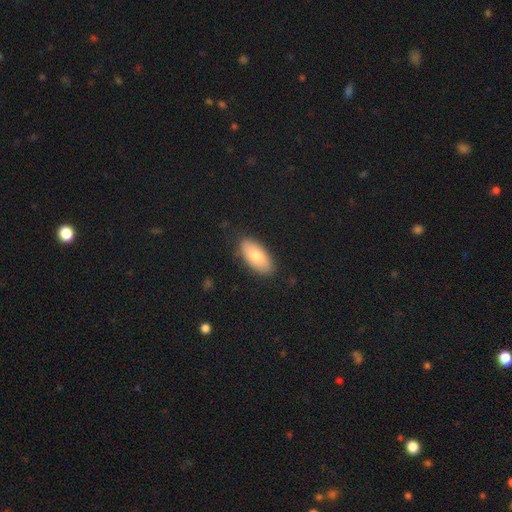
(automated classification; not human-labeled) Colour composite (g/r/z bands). It shows a smooth galaxy with no disk features (79%) that is in between round and cigar-shaped (92%). Merging: none (84%).